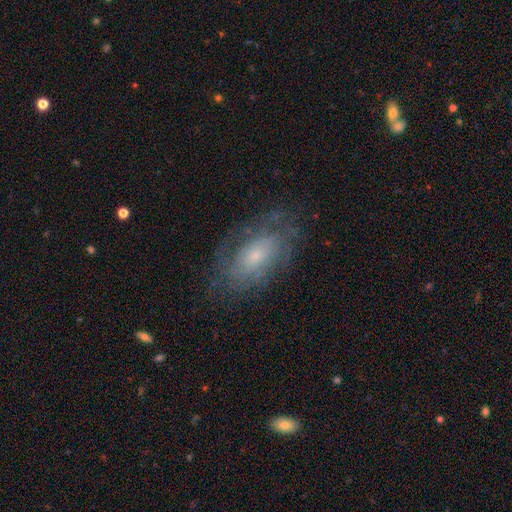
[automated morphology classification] This is likely a featured or disk galaxy (63%). It is clearly not viewed edge-on (93%). Bar: likely no (74%). Spiral arm pattern: likely yes (77%). Central bulge: likely small (64%). Merging: likely none (70%).